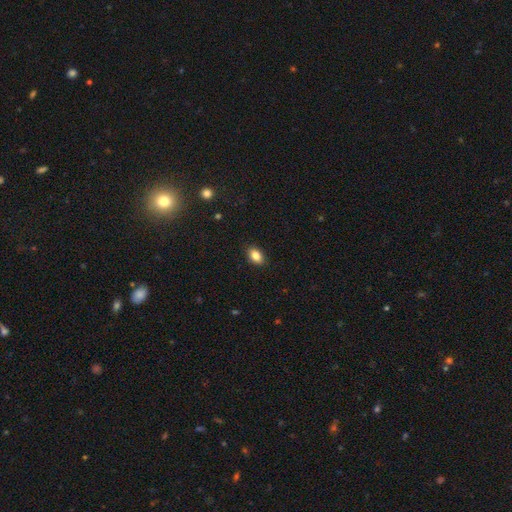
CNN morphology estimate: Smooth or featured?
  - smooth: 85% *
  - star or artifact: 9%
  - featured or disk: 7%
How rounded?
  - in between: 85% *
  - round: 13%
  - cigar-shaped: 2%
Merging?
  - none: 88% *
  - minor disturbance: 9%
  - major disturbance: 2%
  - merger: 1%